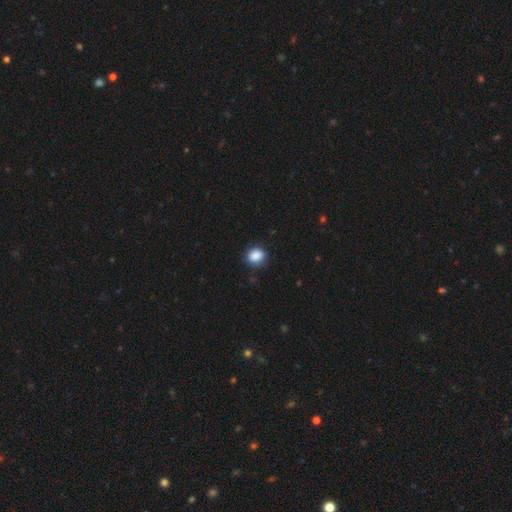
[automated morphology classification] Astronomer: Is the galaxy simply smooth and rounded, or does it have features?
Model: smooth — 88%.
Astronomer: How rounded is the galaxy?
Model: round — 59% (runner-up: in between, 40%).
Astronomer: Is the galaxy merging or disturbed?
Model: none — 80%.